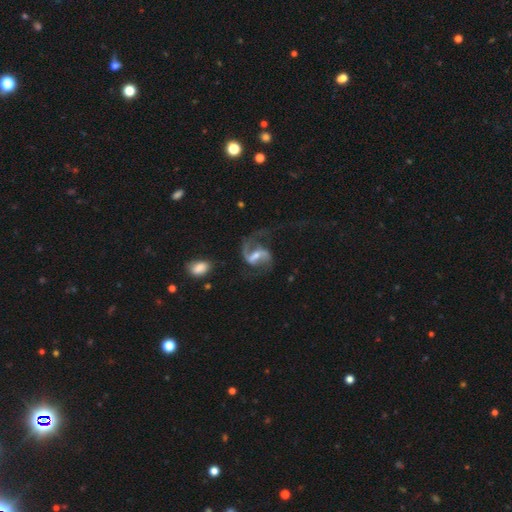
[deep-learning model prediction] The model was most divided on "spiral winding": loose: 48%, medium: 44%, tight: 8%. Remaining: edge-on disk — no (98%); spiral arms — yes (96%); spiral arm count — 2 (90%); smooth or featured — featured or disk (89%); merging — none (60%); bar — strong (48%); bulge size — moderate (47%).